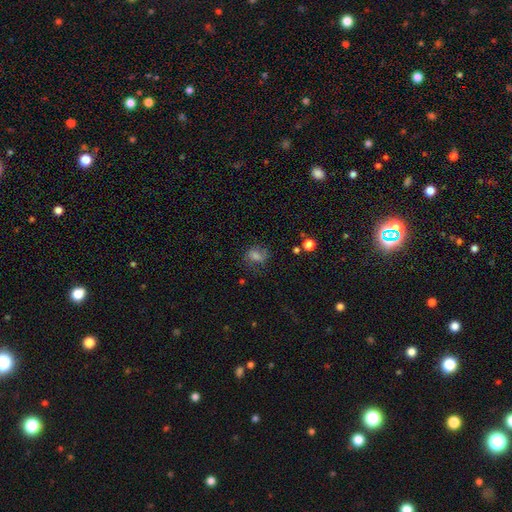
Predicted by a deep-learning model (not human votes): Q: Smooth or featured?
A: smooth (45%); runner-up: featured or disk (30%)
Q: Merging?
A: none (68%); runner-up: minor disturbance (19%)